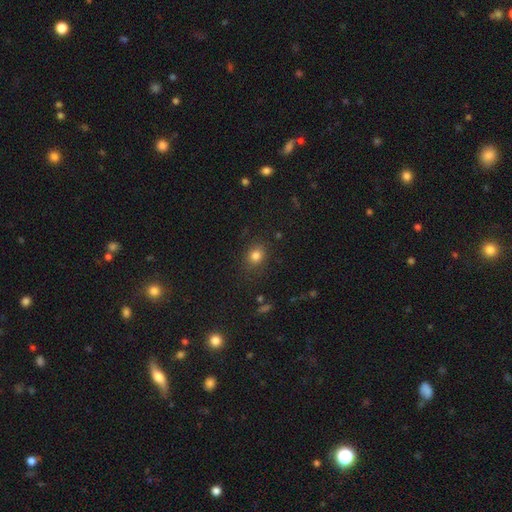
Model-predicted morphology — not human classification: type=smooth (80%); roundness=round (54%); merging=none (83%).